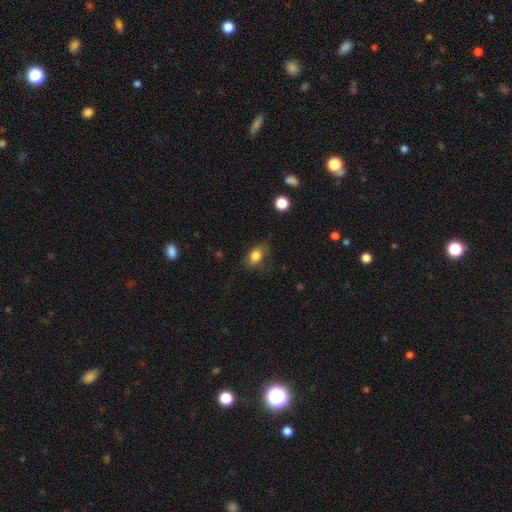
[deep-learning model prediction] Overall: smooth (82%). How rounded: in between (72%). Merging: none (67%).